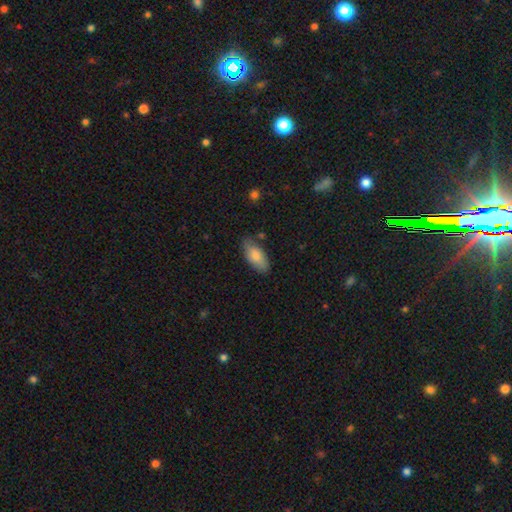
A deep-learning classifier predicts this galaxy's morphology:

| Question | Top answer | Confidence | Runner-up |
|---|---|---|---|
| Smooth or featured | smooth | 83% | featured or disk (11%) |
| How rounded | in between | 88% | cigar-shaped (9%) |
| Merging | none | 77% | minor disturbance (17%) |